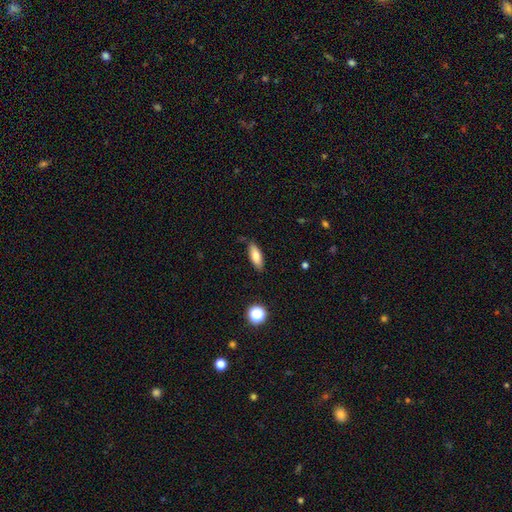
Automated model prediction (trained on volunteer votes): Overall: smooth (78%). How rounded: in between (69%). Merging: none (82%).